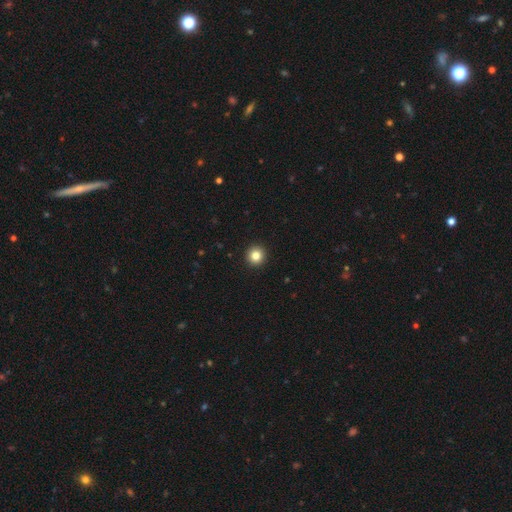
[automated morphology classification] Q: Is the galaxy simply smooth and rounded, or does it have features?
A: smooth — 84%.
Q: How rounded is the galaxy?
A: round — 95%.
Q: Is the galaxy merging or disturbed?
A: none — 94%.